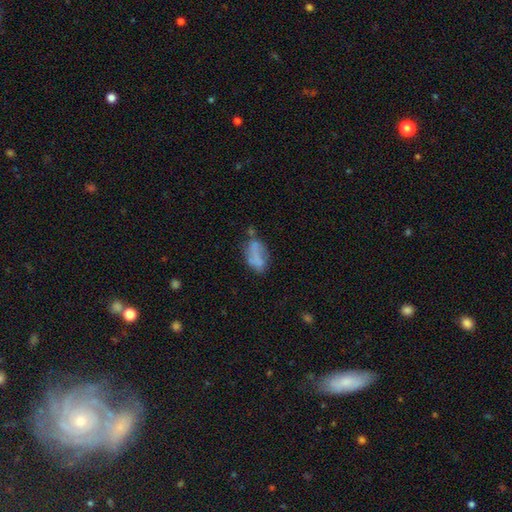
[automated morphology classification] smooth_or_featured: smooth (p=0.56) [alt: featured or disk p=0.33]
how_rounded: in between (p=0.88) [alt: round p=0.06]
merging: none (p=0.44) [alt: minor disturbance p=0.28]